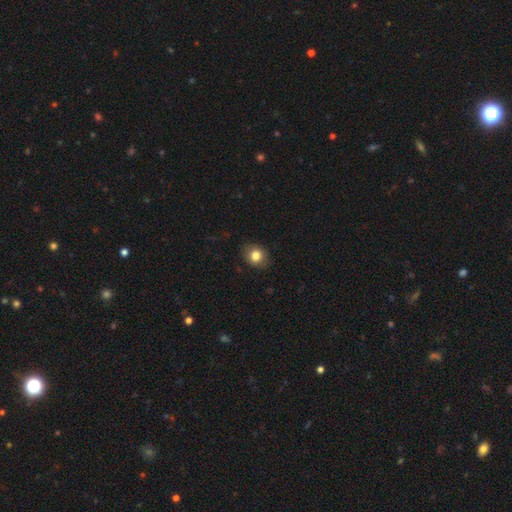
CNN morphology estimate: smooth 82%, star or artifact 10%, featured or disk 8%. Down the decision tree: how rounded — round (64%); merging — none (84%).